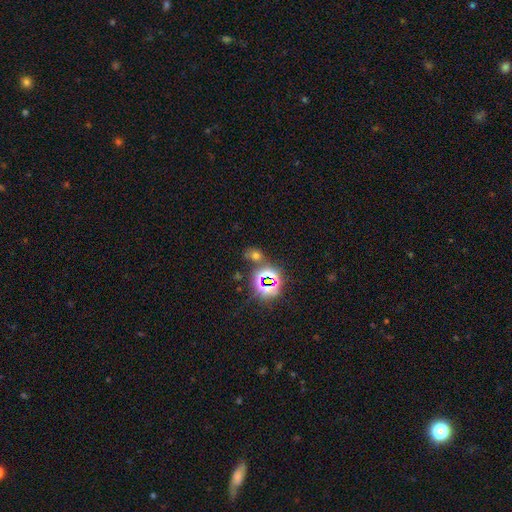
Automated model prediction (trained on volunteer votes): Morphology: type=smooth (46%); merging=none (64%).